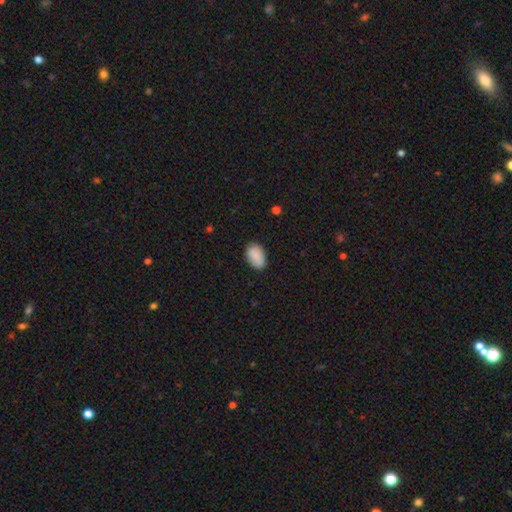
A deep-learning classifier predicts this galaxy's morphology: A smooth galaxy with no disk features (86%) that is in between round and cigar-shaped (89%). Merging: none (82%).